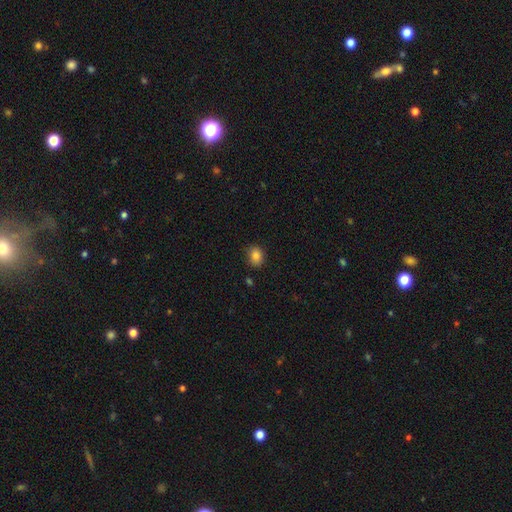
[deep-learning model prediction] smooth_or_featured: smooth (p=0.85) [alt: star or artifact p=0.10]
how_rounded: in between (p=0.55) [alt: round p=0.44]
merging: none (p=0.81) [alt: minor disturbance p=0.15]